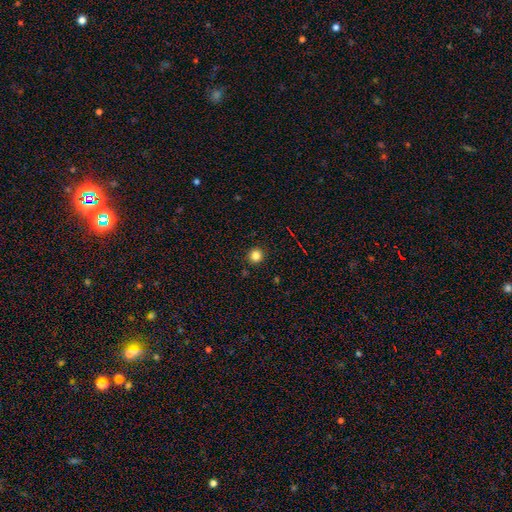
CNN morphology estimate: smooth-or-featured: smooth: 83% | star or artifact: 13% | featured or disk: 5%
  how-rounded: round: 94% | in between: 5% | cigar-shaped: 1%
  merging: none: 92% | minor disturbance: 5% | major disturbance: 2% | merger: 1%